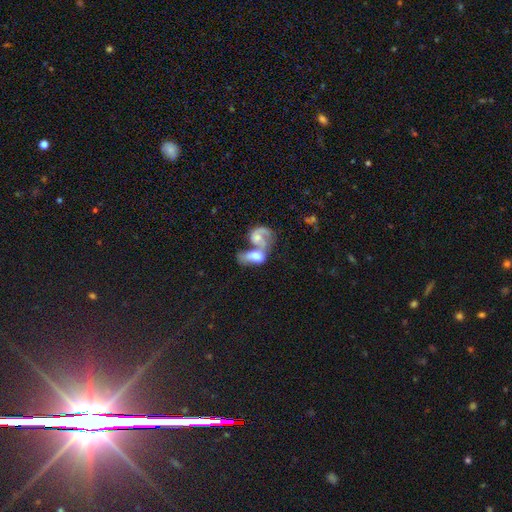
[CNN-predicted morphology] type=smooth (46%, tied with featured or disk); merging=merger (80%).